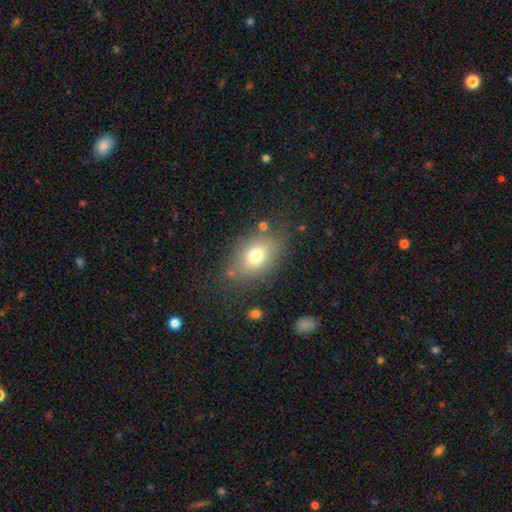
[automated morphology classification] Smooth or featured? Predicted: smooth (p=0.72). How rounded? Predicted: in between (p=0.76). Merging? Predicted: none (p=0.75).